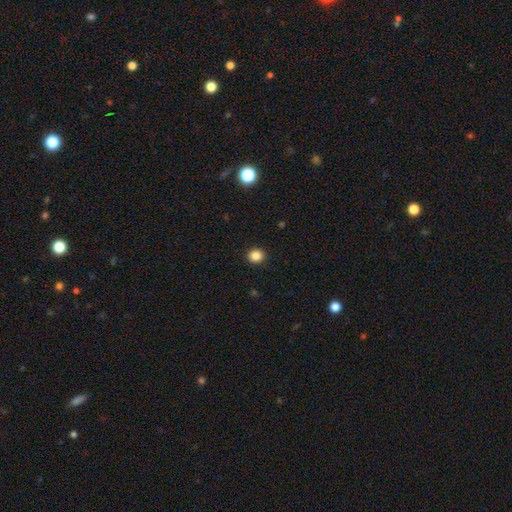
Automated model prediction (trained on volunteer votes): The model was most divided on "how rounded": round: 84%, in between: 15%, cigar-shaped: 1%. More confident: merging — none (93%); smooth or featured — smooth (85%).